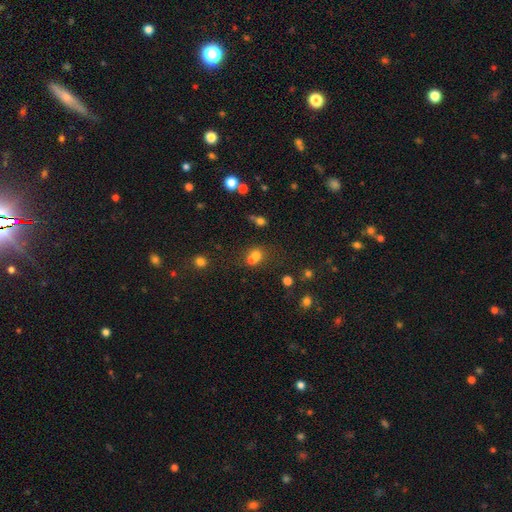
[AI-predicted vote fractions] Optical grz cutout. It shows a smooth galaxy with no disk features (67%) that is round (61%). Merging: merger (58%).